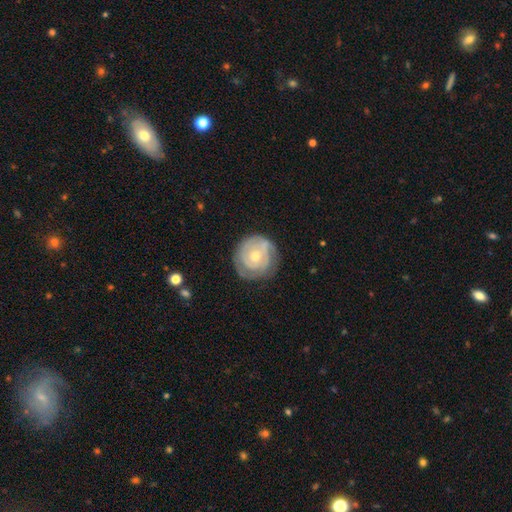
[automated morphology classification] The model was most divided on "spiral arm count": can't tell: 36%, 2: 31%, 3: 18%, 1: 7%, 4: 5%, more than 4: 4%. More confident: edge-on disk — no (98%); spiral arms — yes (90%); smooth or featured — featured or disk (77%); spiral winding — tight (75%); merging — none (74%); bar — no (74%); bulge size — moderate (53%).